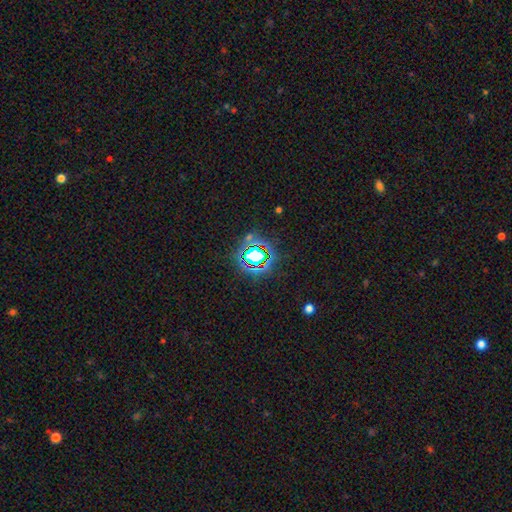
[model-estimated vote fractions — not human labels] star or artifact 68%, smooth 19%, featured or disk 12%.